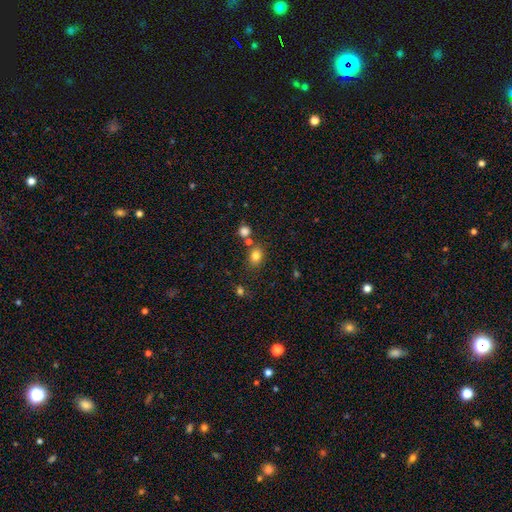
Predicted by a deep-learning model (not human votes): A smooth galaxy with no disk features (81%) that is round (56%). Merging: none (72%).